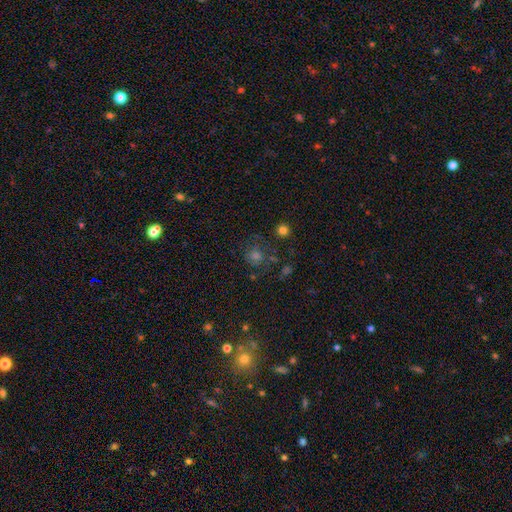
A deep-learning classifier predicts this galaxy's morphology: Smooth or featured? Predicted: smooth (p=0.45). Merging? Predicted: none (p=0.72).